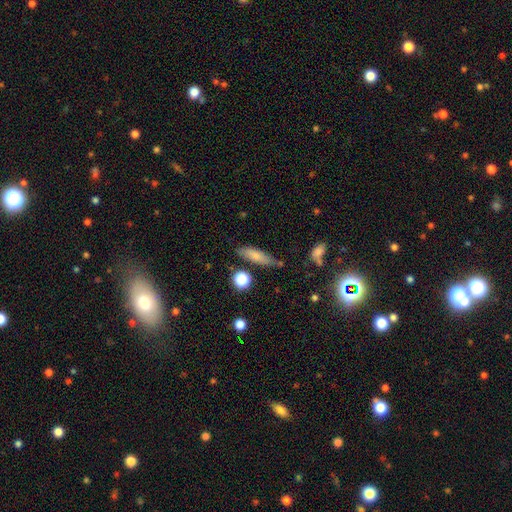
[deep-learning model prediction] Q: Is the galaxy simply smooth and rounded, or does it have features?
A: smooth — 73%.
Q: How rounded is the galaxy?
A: cigar-shaped — 66%.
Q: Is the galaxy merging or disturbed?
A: none — 71%.